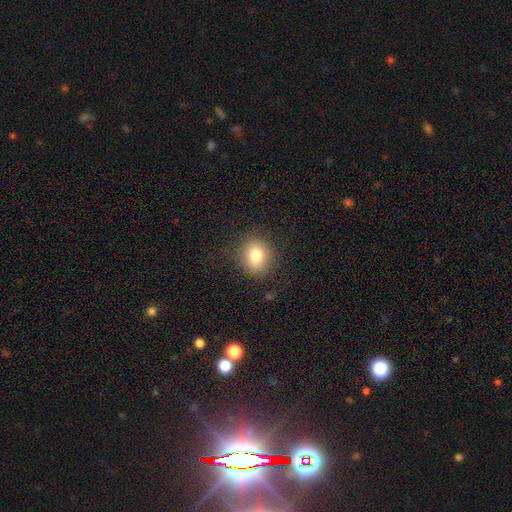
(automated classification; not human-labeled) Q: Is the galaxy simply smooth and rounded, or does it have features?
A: smooth — 76%.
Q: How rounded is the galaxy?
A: round — 72%.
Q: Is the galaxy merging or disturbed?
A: none — 88%.